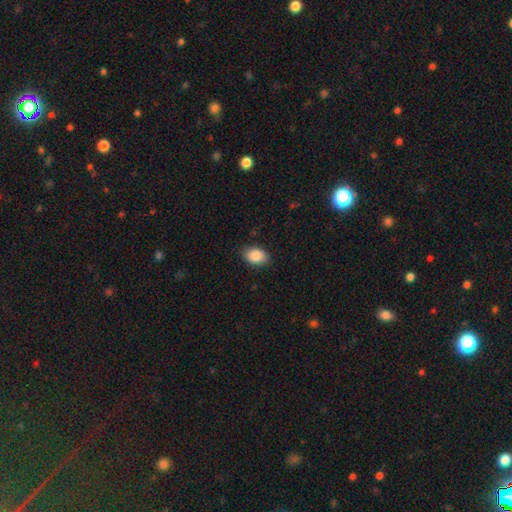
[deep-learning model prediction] Morphology: type=smooth (89%); roundness=in between (85%); merging=none (85%).